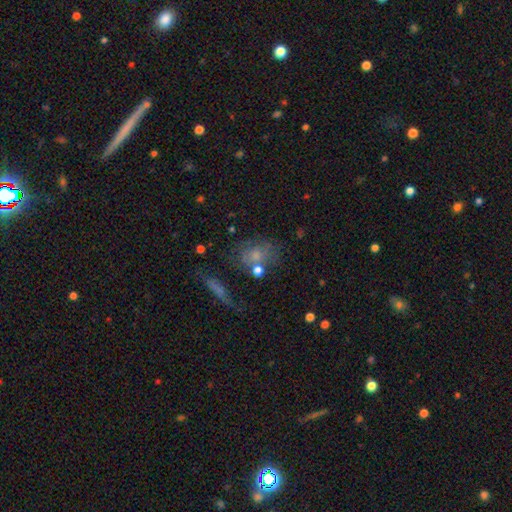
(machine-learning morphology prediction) smooth 59%, featured or disk 27%, star or artifact 15%. Down the decision tree: how rounded — in between (55%); merging — none (51%).